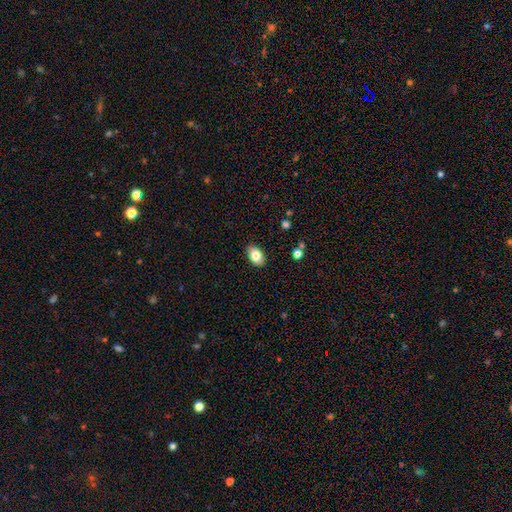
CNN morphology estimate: A smooth galaxy with no disk features (81%) that is in between round and cigar-shaped (88%). Merging: none (87%).